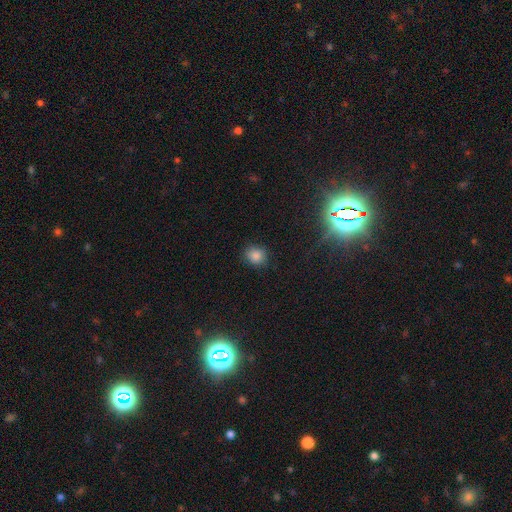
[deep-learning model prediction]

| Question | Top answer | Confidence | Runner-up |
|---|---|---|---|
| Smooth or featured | smooth | 83% | star or artifact (12%) |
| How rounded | round | 76% | in between (23%) |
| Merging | none | 84% | minor disturbance (11%) |